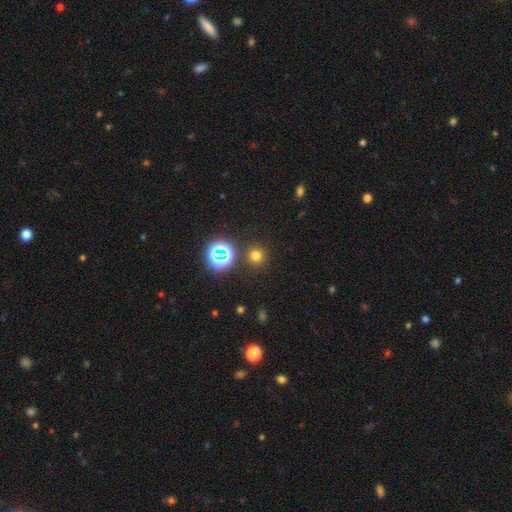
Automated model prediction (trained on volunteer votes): This is likely a smooth galaxy (70%). How rounded: clearly round (94%). Merging: clearly none (89%).